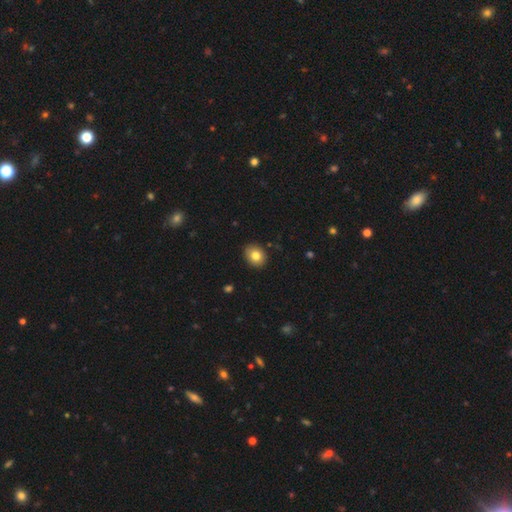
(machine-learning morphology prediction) Smooth or featured: smooth — 81% (featured or disk — 10%)
How rounded: round — 53% (in between — 46%)
Merging: none — 89% (minor disturbance — 8%)